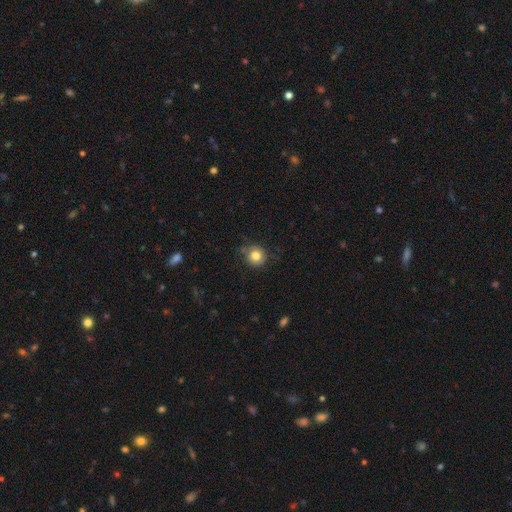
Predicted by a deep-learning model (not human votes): smooth-or-featured: smooth: 79% | featured or disk: 11% | star or artifact: 10%
  how-rounded: round: 89% | in between: 10% | cigar-shaped: 1%
  merging: none: 75% | minor disturbance: 18% | major disturbance: 5% | merger: 2%